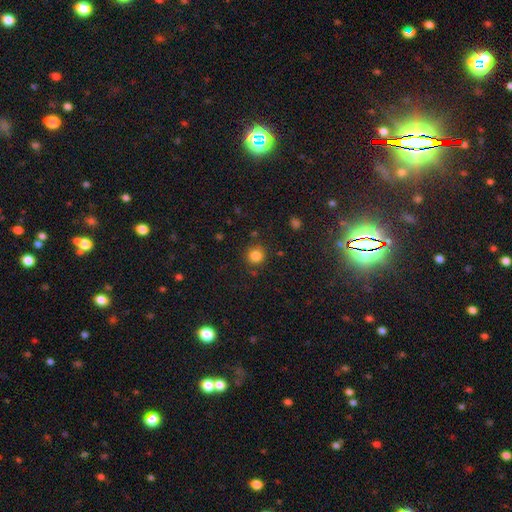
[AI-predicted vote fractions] Smooth or featured? smooth (83%)
How rounded? round (92%)
Merging? none (86%)